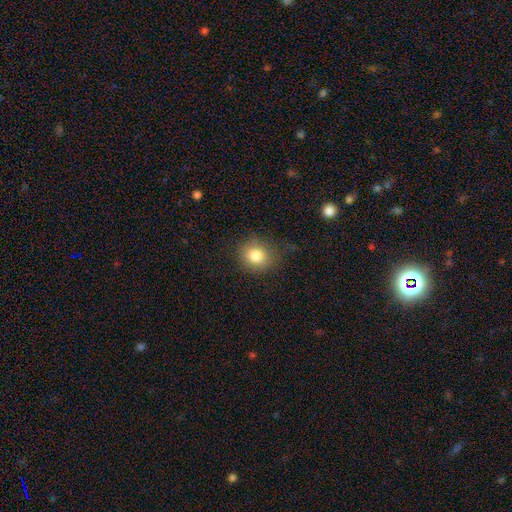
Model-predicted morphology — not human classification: Smooth or featured? Predicted: smooth (p=0.82). How rounded? Predicted: round (p=0.79). Merging? Predicted: none (p=0.80).